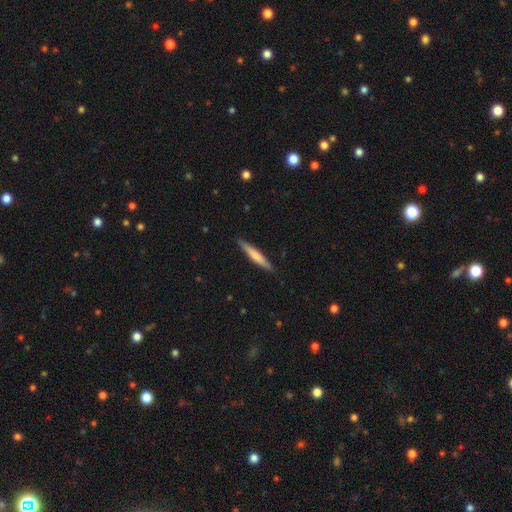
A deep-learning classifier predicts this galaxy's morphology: smooth_or_featured: smooth (p=0.62) [alt: featured or disk p=0.33]
how_rounded: cigar-shaped (p=0.93) [alt: in between p=0.05]
merging: none (p=0.89) [alt: minor disturbance p=0.09]